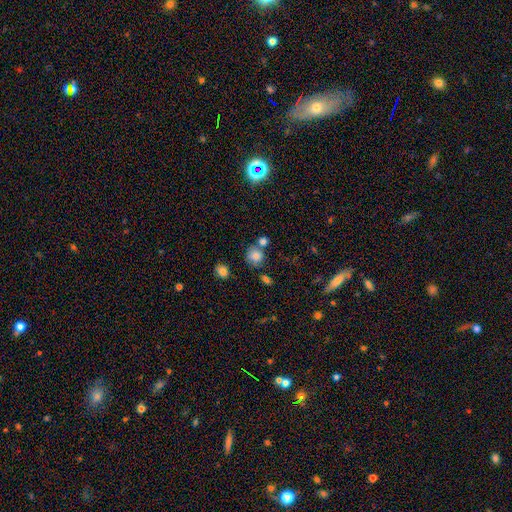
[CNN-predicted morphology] Overall: smooth (81%). How rounded: round (81%). Merging: none (61%).